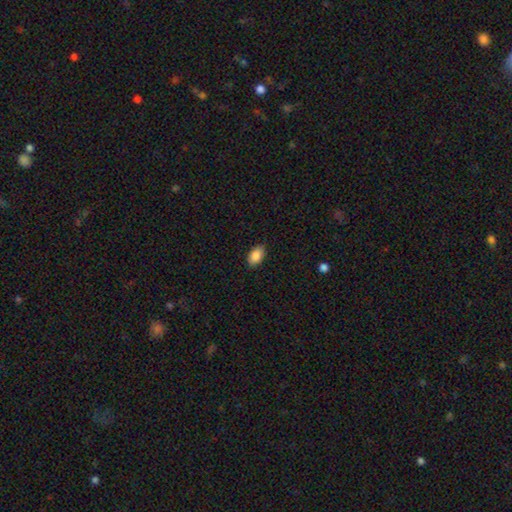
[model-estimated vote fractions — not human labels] Q: Smooth or featured?
A: smooth (88%); runner-up: star or artifact (7%)
Q: How rounded?
A: in between (92%); runner-up: round (6%)
Q: Merging?
A: none (86%); runner-up: minor disturbance (11%)